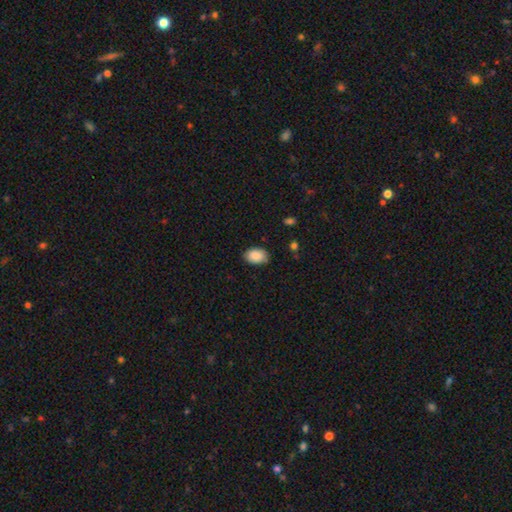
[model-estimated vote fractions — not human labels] smooth_or_featured: smooth (p=0.89) [alt: star or artifact p=0.07]
how_rounded: in between (p=0.85) [alt: round p=0.14]
merging: none (p=0.82) [alt: minor disturbance p=0.14]